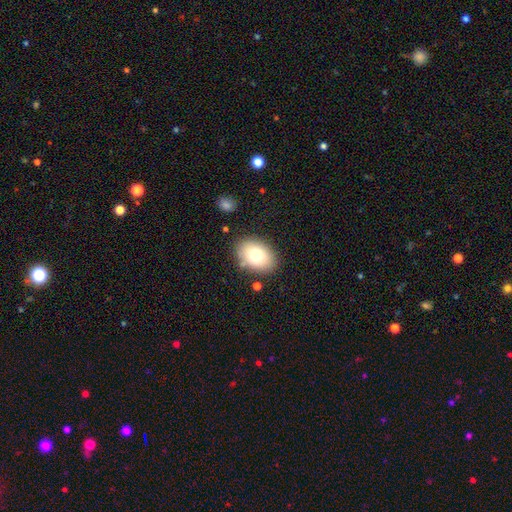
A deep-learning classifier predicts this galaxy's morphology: This appears to be a smooth galaxy with no disk features (77%) that is in between round and cigar-shaped (80%). Merging: none (83%).